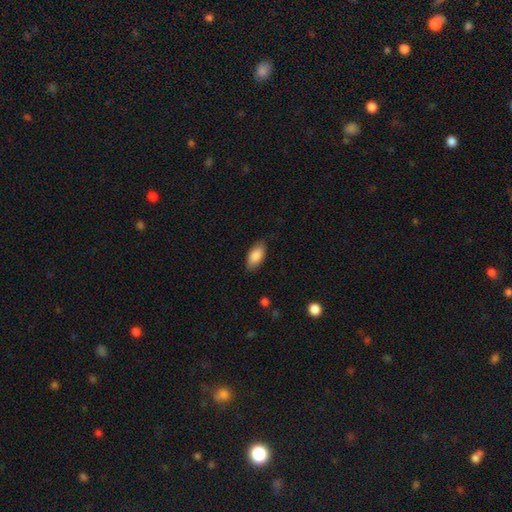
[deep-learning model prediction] smooth_or_featured: smooth (p=0.86) [alt: featured or disk p=0.07]
how_rounded: in between (p=0.92) [alt: cigar-shaped p=0.06]
merging: none (p=0.82) [alt: minor disturbance p=0.14]